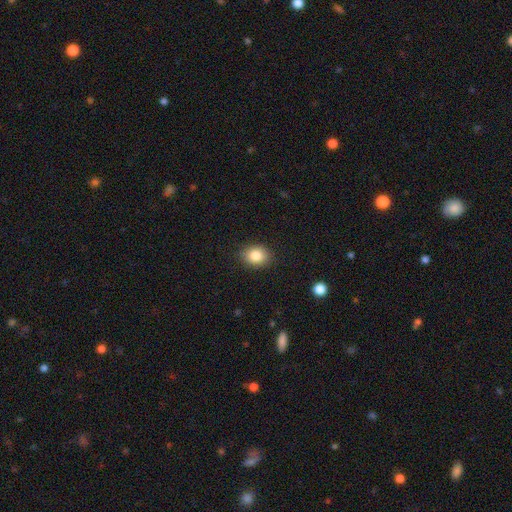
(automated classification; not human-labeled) This is clearly a smooth galaxy (84%). How rounded: possibly round (50%). Merging: clearly none (87%).